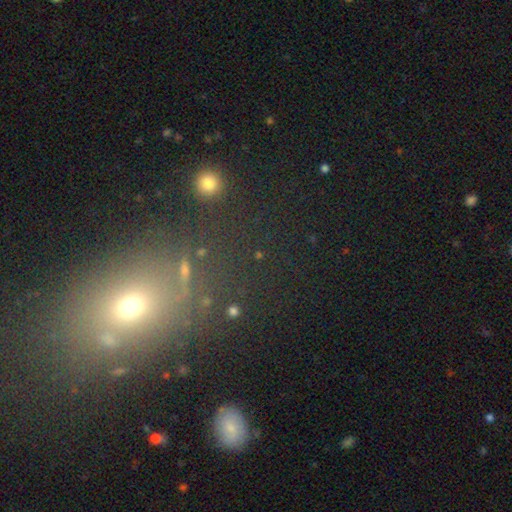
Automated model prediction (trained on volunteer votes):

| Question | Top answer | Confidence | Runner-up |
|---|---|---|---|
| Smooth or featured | smooth | 43% | star or artifact (42%) |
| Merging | none | 75% | minor disturbance (10%) |